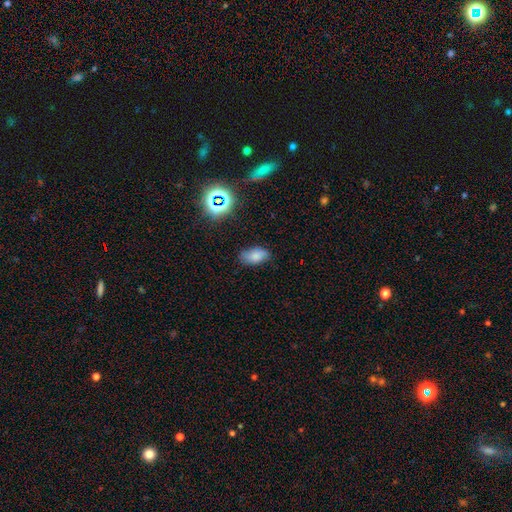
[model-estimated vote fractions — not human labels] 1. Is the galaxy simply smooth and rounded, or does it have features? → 78% smooth, 13% star or artifact, 9% featured or disk.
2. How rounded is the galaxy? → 92% in between, 6% round, 3% cigar-shaped.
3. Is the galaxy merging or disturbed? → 73% none, 20% minor disturbance, 4% major disturbance, 2% merger.